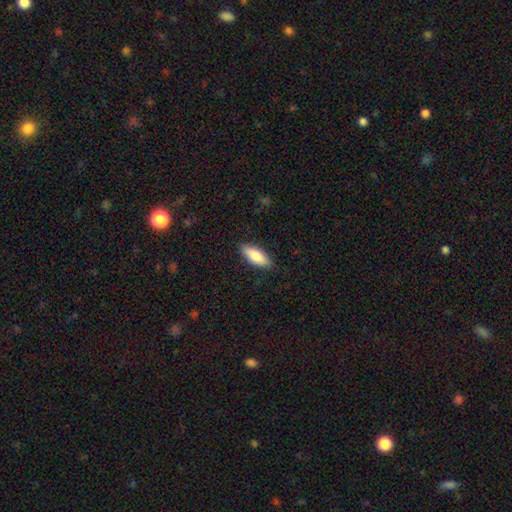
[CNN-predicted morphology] A smooth galaxy with no disk features (79%) that is in between round and cigar-shaped (69%). Merging: none (88%).